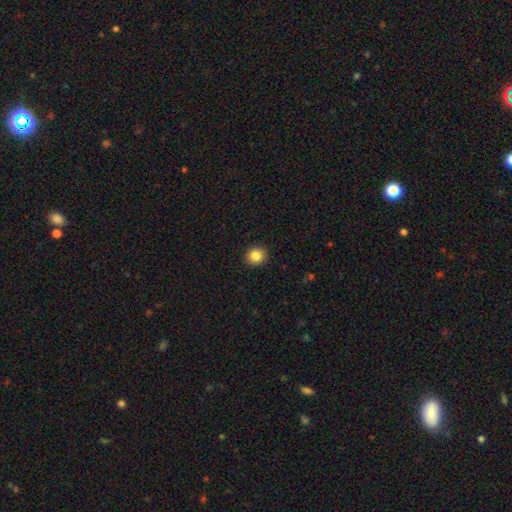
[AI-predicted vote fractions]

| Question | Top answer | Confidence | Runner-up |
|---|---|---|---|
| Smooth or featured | smooth | 84% | star or artifact (10%) |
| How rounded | round | 83% | in between (16%) |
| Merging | none | 92% | minor disturbance (5%) |